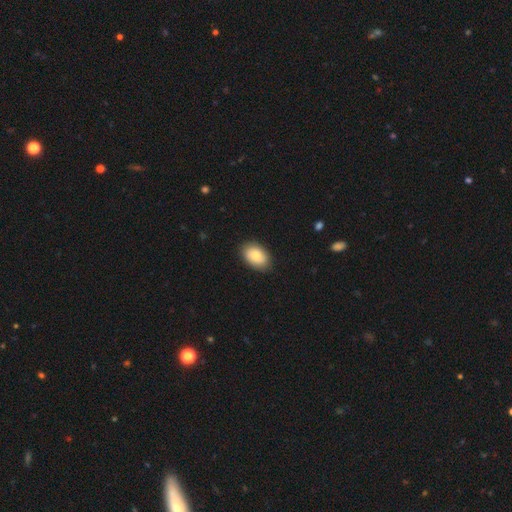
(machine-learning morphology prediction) A smooth galaxy with no disk features (83%) that is in between round and cigar-shaped (86%). Merging: none (87%).